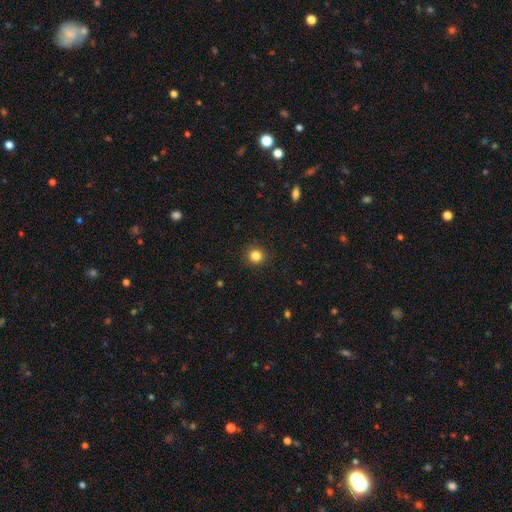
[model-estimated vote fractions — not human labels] The model was most divided on "smooth or featured": smooth: 84%, star or artifact: 12%, featured or disk: 4%. More confident: how rounded — round (93%); merging — none (91%).